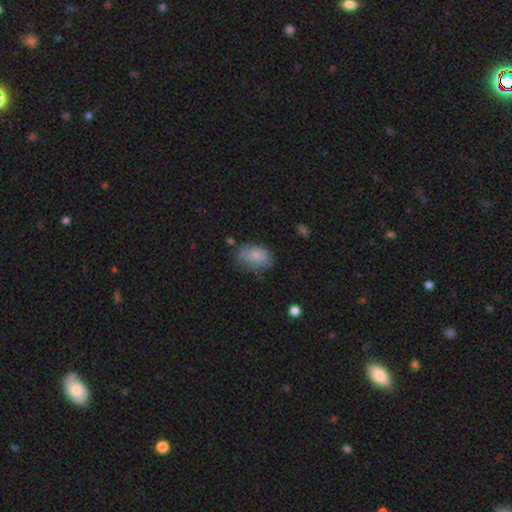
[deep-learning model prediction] Q: Smooth or featured?
A: smooth (74%); runner-up: featured or disk (17%)
Q: How rounded?
A: in between (84%); runner-up: round (15%)
Q: Merging?
A: none (53%); runner-up: minor disturbance (31%)